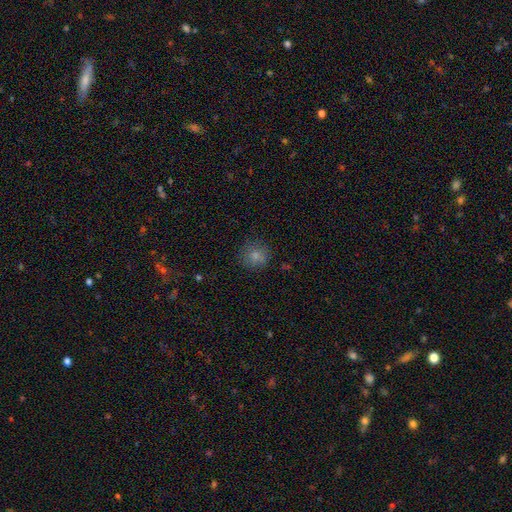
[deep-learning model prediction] smooth-or-featured: smooth: 79% | star or artifact: 12% | featured or disk: 9%
  how-rounded: round: 87% | in between: 12% | cigar-shaped: 1%
  merging: none: 77% | minor disturbance: 15% | major disturbance: 5% | merger: 2%